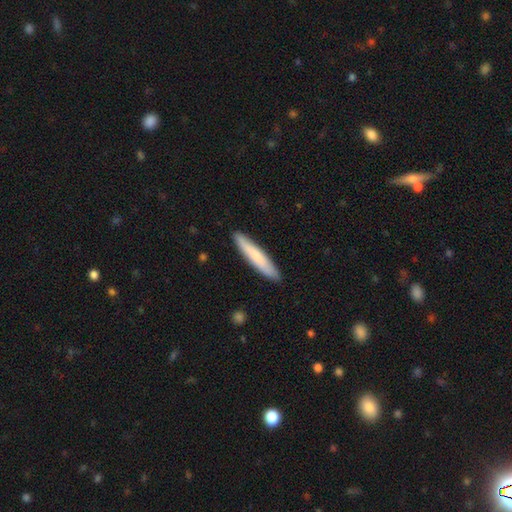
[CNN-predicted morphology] A smooth galaxy with no disk features (74%) that is cigar-shaped (92%). Merging: none (90%).